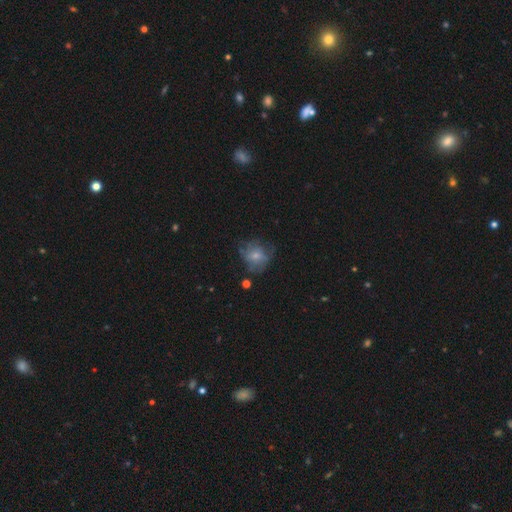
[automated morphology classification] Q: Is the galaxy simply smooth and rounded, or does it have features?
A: smooth — 53%.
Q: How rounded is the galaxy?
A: round — 68%.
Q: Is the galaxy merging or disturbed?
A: none — 52%.